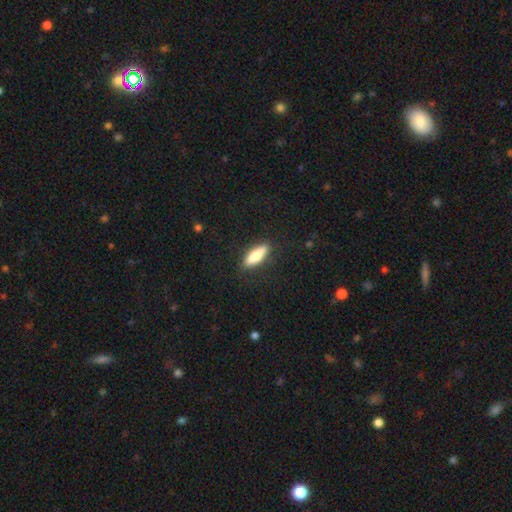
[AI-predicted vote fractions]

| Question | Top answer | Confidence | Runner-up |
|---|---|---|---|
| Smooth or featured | smooth | 76% | featured or disk (18%) |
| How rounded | cigar-shaped | 55% | in between (43%) |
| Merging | none | 86% | minor disturbance (10%) |